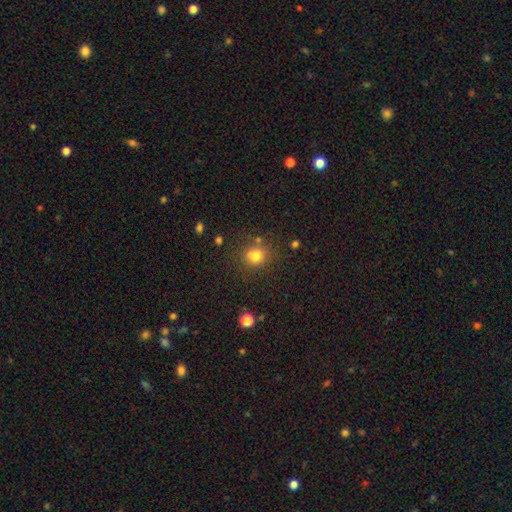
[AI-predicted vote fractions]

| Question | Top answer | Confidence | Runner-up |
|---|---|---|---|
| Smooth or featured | smooth | 79% | star or artifact (15%) |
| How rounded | round | 82% | in between (17%) |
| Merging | none | 75% | minor disturbance (13%) |